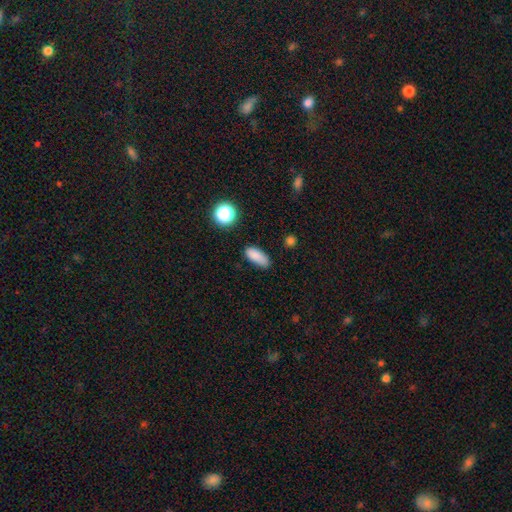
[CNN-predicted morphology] smooth 85%, star or artifact 10%, featured or disk 5%. Down the decision tree: how rounded — in between (79%); merging — none (73%).